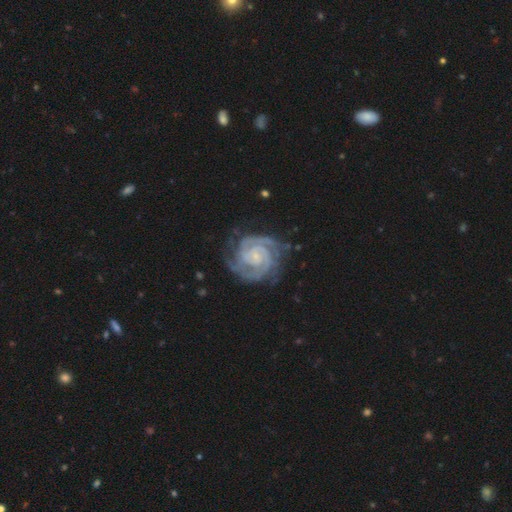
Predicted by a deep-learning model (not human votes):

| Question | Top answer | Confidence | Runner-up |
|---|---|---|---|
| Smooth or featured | featured or disk | 93% | star or artifact (4%) |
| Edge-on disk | no | 98% | yes (2%) |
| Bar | no | 61% | weak (29%) |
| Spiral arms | yes | 99% | no (1%) |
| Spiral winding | tight | 81% | medium (17%) |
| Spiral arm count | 2 | 54% | 3 (21%) |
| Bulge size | small | 76% | moderate (12%) |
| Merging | none | 75% | minor disturbance (17%) |